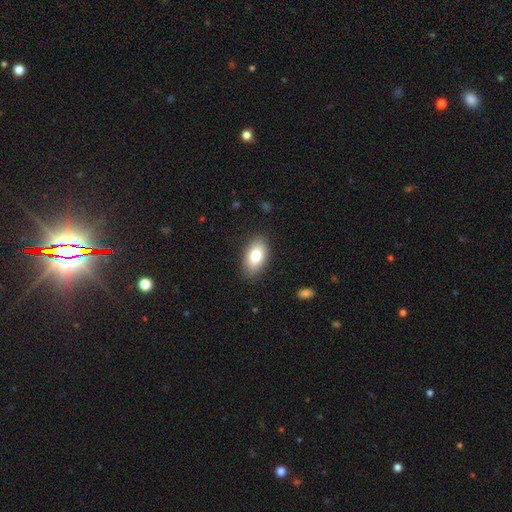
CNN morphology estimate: Smooth or featured: smooth — 80% (featured or disk — 13%)
How rounded: in between — 93% (round — 5%)
Merging: none — 85% (minor disturbance — 11%)